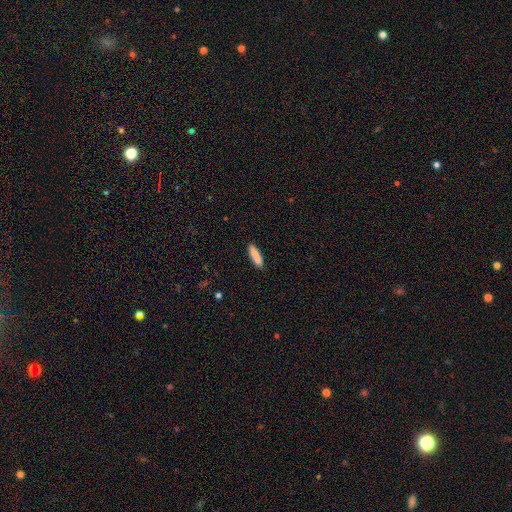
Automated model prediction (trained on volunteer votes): Morphology: type=smooth (87%); roundness=cigar-shaped (73%); merging=none (88%).